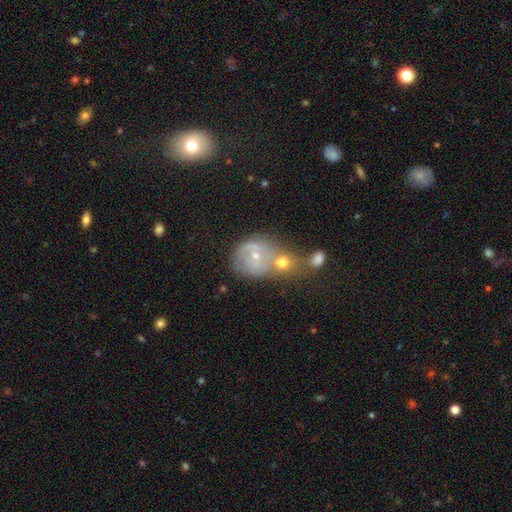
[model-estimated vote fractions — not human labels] The model was most divided on "merging": merger: 43%, none: 35%, minor disturbance: 14%, major disturbance: 8%. More confident: edge-on disk — no (97%); spiral arms — yes (76%); bar — no (71%); bulge size — small (66%); smooth or featured — featured or disk (60%).